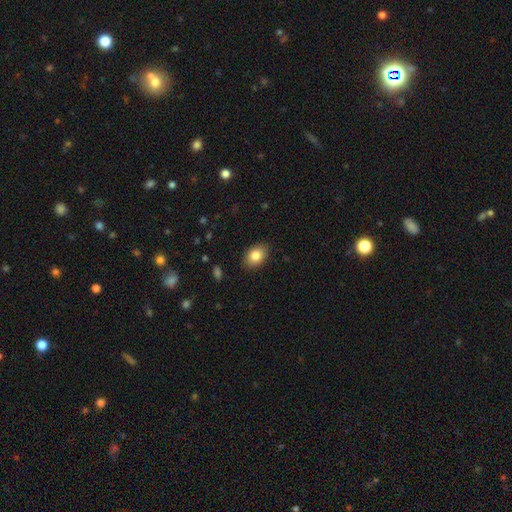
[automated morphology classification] A smooth galaxy with no disk features (85%) that is in between round and cigar-shaped (77%). Merging: none (87%).